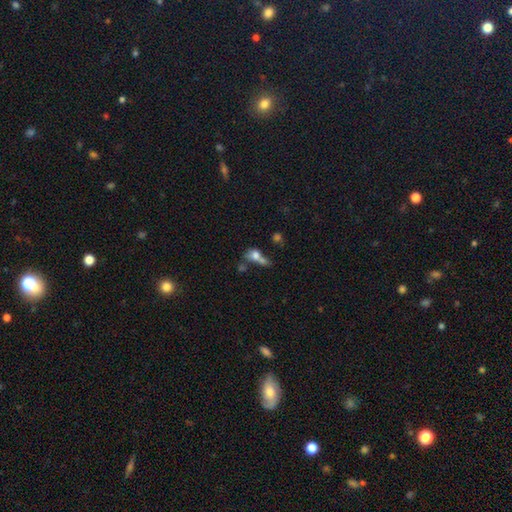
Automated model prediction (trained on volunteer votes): smooth-or-featured: smooth: 66% | featured or disk: 21% | star or artifact: 14%
  how-rounded: in between: 54% | round: 40% | cigar-shaped: 6%
  merging: merger: 52% | none: 21% | major disturbance: 16% | minor disturbance: 11%